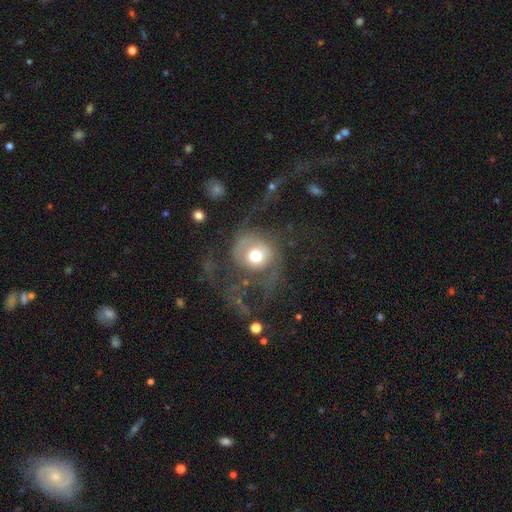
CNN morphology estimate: Smooth or featured: featured or disk — 55% (smooth — 36%)
Edge-on disk: no — 96% (yes — 4%)
Bar: no — 81% (weak — 15%)
Spiral arms: yes — 59% (no — 41%)
Bulge size: moderate — 63% (large — 24%)
Merging: major disturbance — 47% (none — 35%)